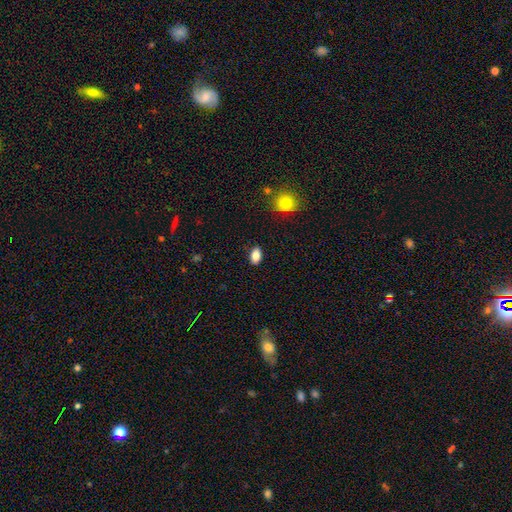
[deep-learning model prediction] Morphology: type=smooth (86%); roundness=in between (89%); merging=none (88%).